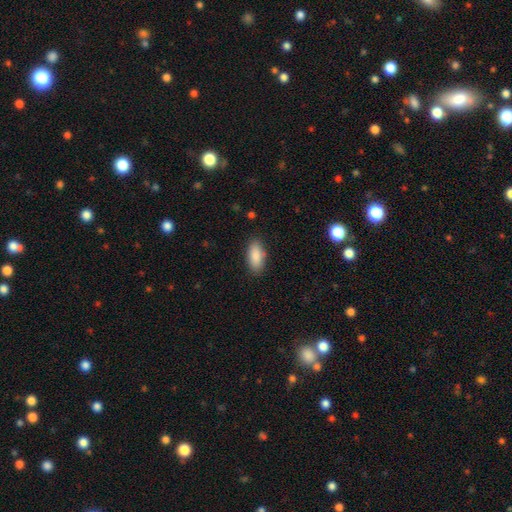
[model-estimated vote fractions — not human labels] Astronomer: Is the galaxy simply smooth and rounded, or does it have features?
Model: smooth — 88%.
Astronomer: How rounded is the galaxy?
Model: in between — 89%.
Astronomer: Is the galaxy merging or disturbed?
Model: none — 86%.